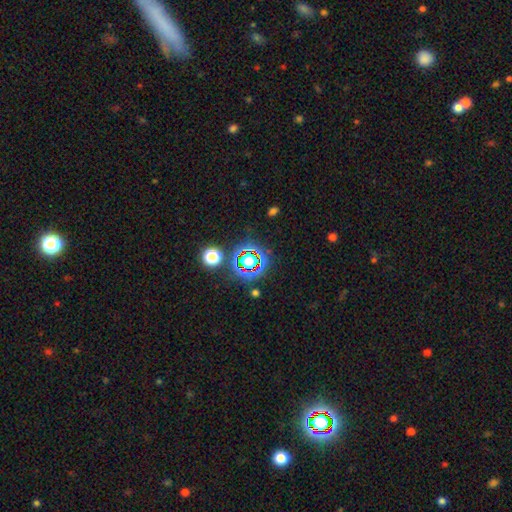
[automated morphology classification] A star or artifact, not a galaxy (75%).

Vote fractions:
- Smooth or featured? star or artifact: 75% / smooth: 15% / featured or disk: 9%